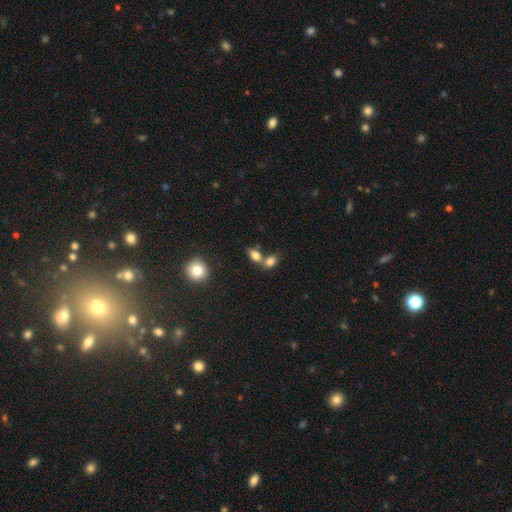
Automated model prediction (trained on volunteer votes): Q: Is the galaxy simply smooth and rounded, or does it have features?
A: smooth — 79%.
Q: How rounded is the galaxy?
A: in between — 81%.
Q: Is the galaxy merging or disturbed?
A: merger — 48%.